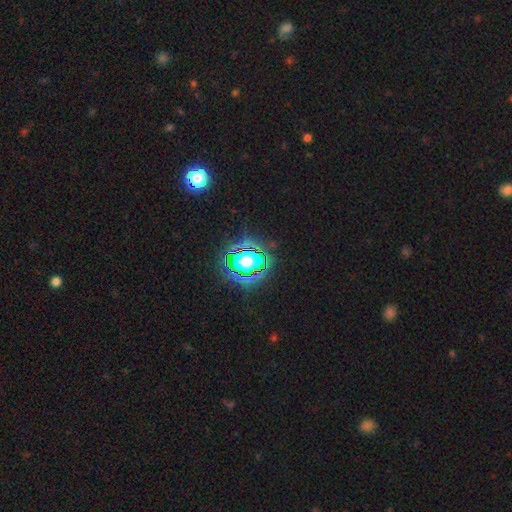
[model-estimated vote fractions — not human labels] smooth_or_featured: star or artifact (p=0.81) [alt: smooth p=0.13]